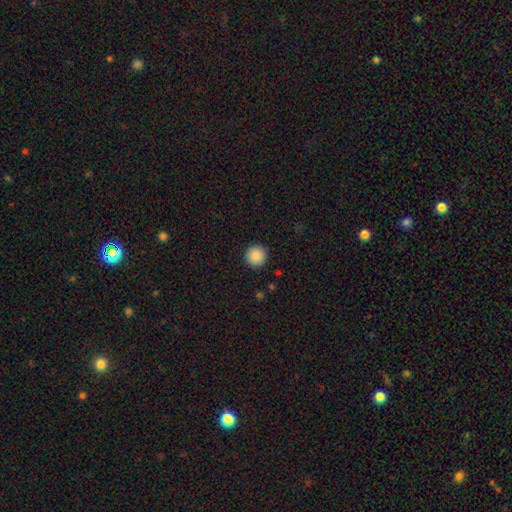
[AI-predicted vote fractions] smooth-or-featured: smooth: 89% | star or artifact: 9% | featured or disk: 3%
  how-rounded: round: 96% | in between: 3% | cigar-shaped: 1%
  merging: none: 92% | minor disturbance: 5% | major disturbance: 2% | merger: 1%